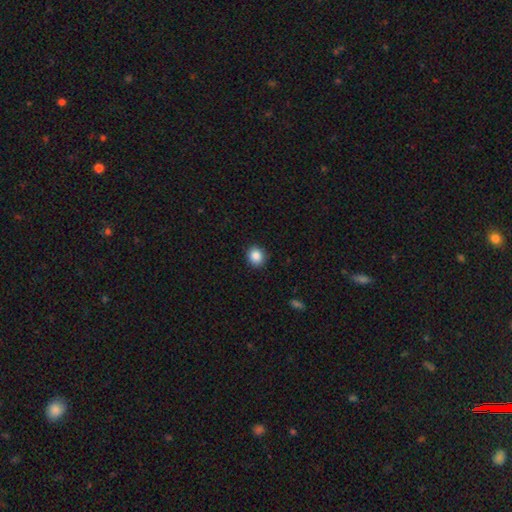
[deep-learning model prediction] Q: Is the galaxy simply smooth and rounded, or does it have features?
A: smooth — 87%.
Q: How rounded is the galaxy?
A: round — 83%.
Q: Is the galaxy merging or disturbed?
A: none — 91%.